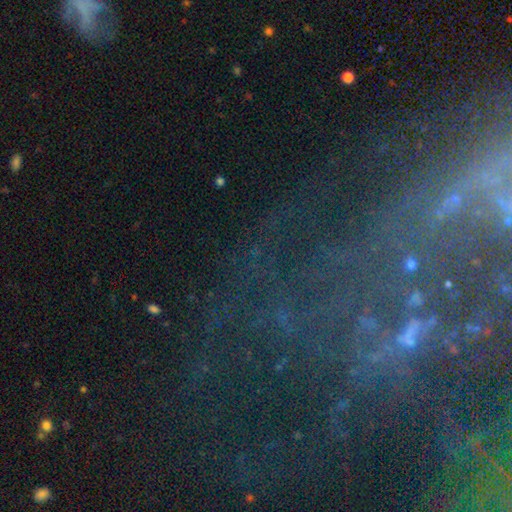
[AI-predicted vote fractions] featured or disk 48%, star or artifact 40%, smooth 13%. Down the decision tree: merging — none (61%).